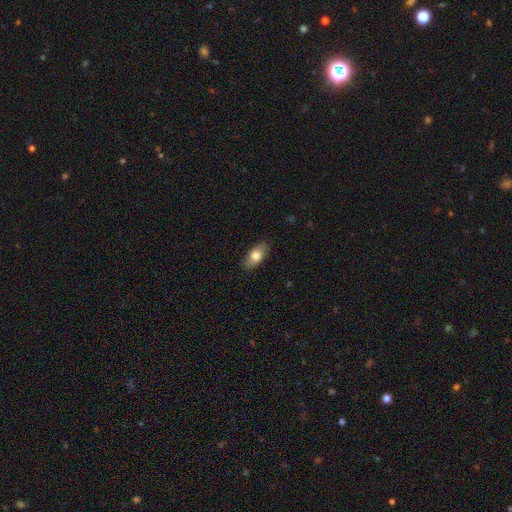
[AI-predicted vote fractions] The model was most divided on "smooth or featured": smooth: 79%, featured or disk: 15%, star or artifact: 7%. More confident: how rounded — in between (88%); merging — none (87%).